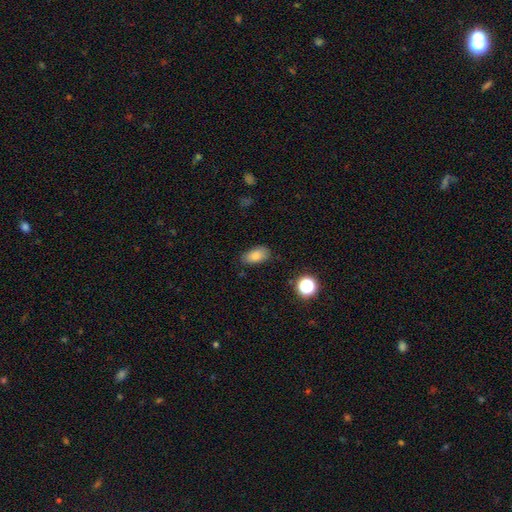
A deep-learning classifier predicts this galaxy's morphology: Overall: smooth (82%). How rounded: in between (91%). Merging: none (81%).